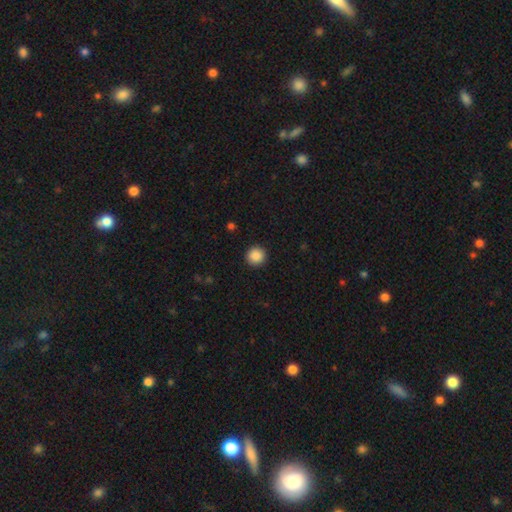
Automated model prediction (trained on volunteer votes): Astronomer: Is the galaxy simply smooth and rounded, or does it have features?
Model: smooth — 88%.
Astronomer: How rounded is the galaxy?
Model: round — 94%.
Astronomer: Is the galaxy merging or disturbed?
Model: none — 93%.